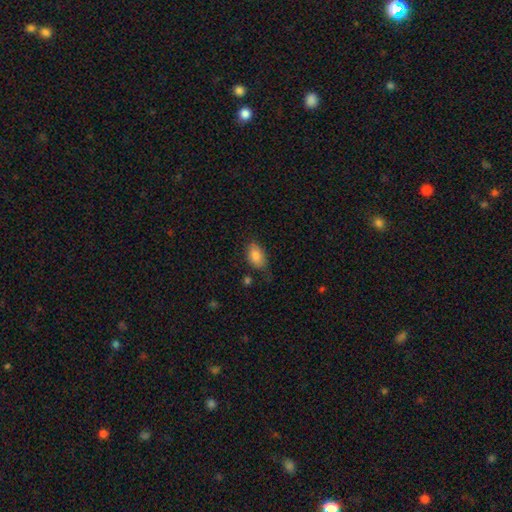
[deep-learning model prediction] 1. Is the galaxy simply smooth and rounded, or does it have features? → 84% smooth, 8% featured or disk, 8% star or artifact.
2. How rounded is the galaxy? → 90% in between, 9% round, 2% cigar-shaped.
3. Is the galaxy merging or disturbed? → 67% none, 24% minor disturbance, 6% major disturbance, 3% merger.